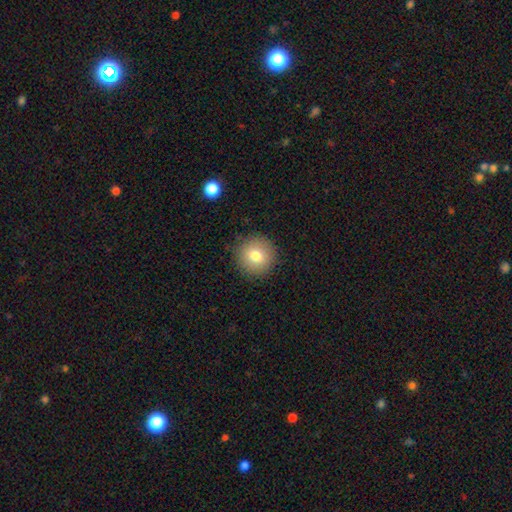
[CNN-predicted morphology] type=smooth (78%); roundness=round (94%); merging=none (89%).